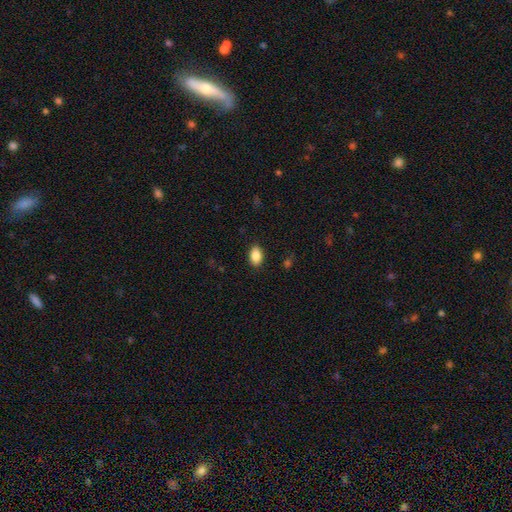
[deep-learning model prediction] smooth 87%, star or artifact 8%, featured or disk 5%. Down the decision tree: how rounded — in between (90%); merging — none (88%).